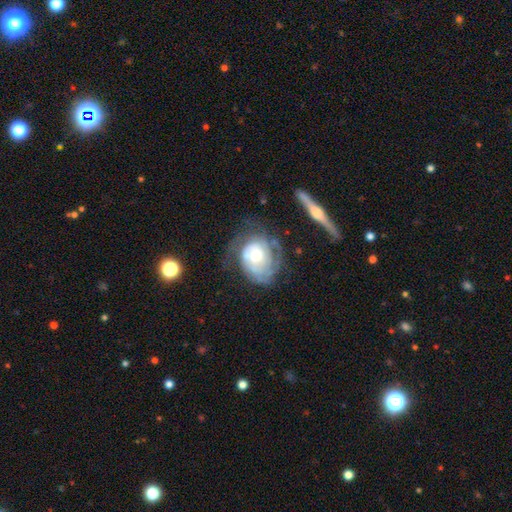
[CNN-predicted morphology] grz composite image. It shows a featured or disk galaxy (74%) with no bar (76%), tight (63%) spiral arms (87%) and a moderate central bulge (57%). Merging: none (52%).